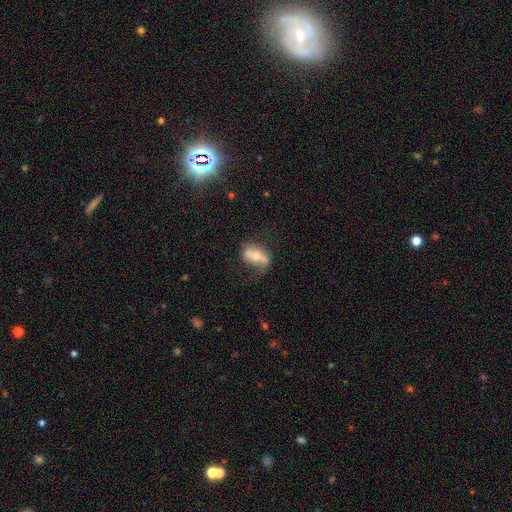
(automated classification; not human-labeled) smooth 47%, featured or disk 45%, star or artifact 8%. Down the decision tree: merging — none (52%).